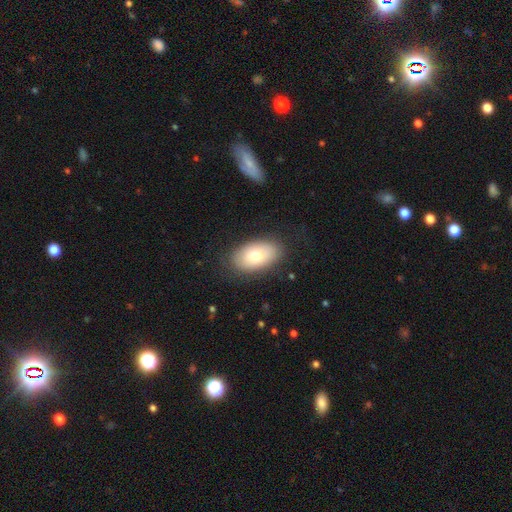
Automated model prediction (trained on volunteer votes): Morphology: type=smooth (71%); roundness=in between (93%); merging=none (83%).